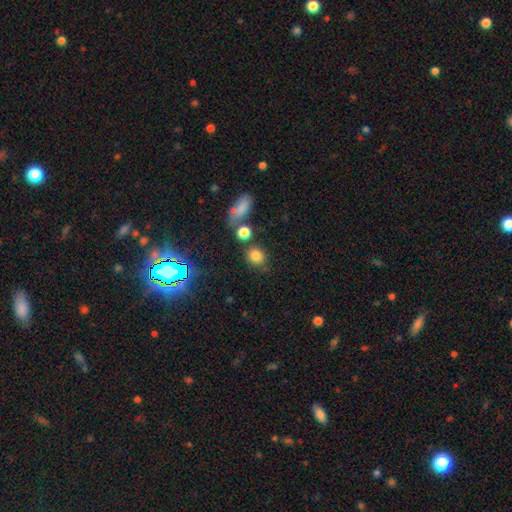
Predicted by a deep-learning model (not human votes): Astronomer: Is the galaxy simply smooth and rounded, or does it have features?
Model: smooth — 79%.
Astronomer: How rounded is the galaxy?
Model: round — 73%.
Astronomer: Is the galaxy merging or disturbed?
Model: none — 70%.